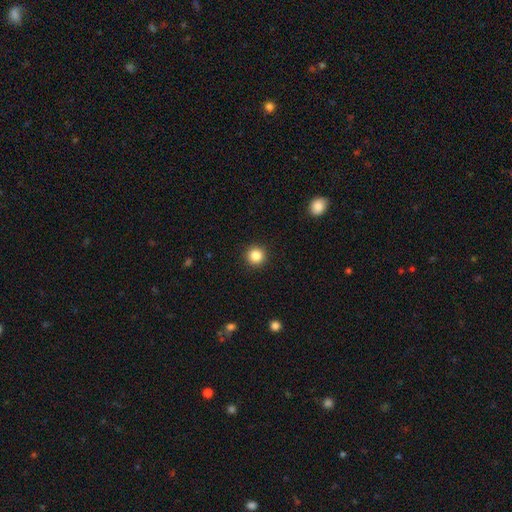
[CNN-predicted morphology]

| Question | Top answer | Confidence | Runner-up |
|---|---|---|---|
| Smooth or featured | smooth | 85% | star or artifact (11%) |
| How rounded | round | 95% | in between (4%) |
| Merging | none | 93% | minor disturbance (5%) |